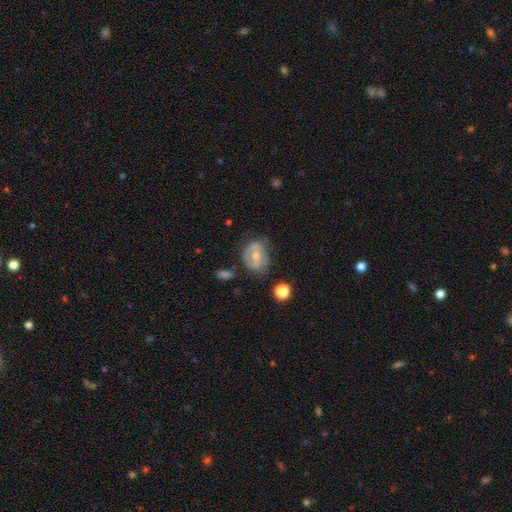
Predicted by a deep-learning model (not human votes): featured or disk 52%, smooth 40%, star or artifact 8%. Down the decision tree: edge-on disk — no (95%); merging — none (54%).